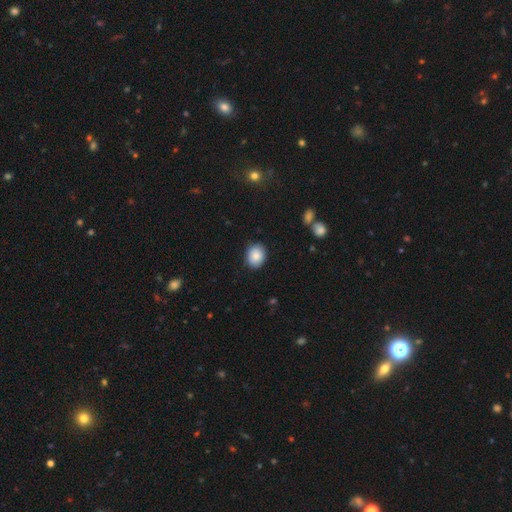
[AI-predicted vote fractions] smooth_or_featured: smooth (p=0.87) [alt: star or artifact p=0.08]
how_rounded: round (p=0.53) [alt: in between p=0.46]
merging: none (p=0.87) [alt: minor disturbance p=0.10]